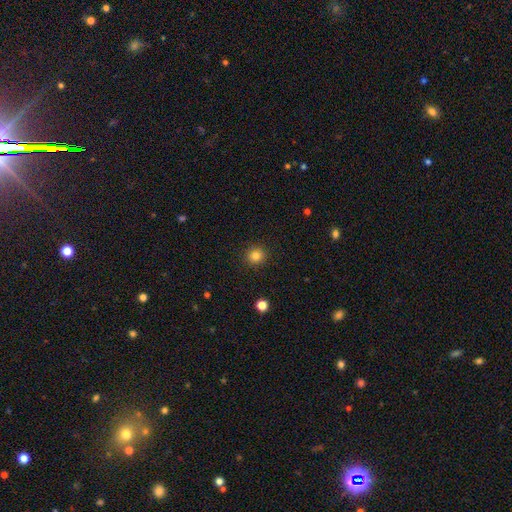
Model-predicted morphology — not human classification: This is clearly a smooth galaxy (83%). How rounded: clearly round (91%). Merging: clearly none (92%).